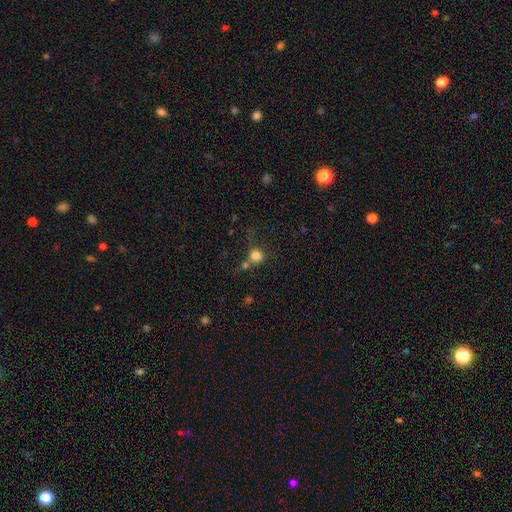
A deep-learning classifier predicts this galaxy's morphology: smooth 79%, star or artifact 12%, featured or disk 9%. Down the decision tree: how rounded — round (85%); merging — none (43%).